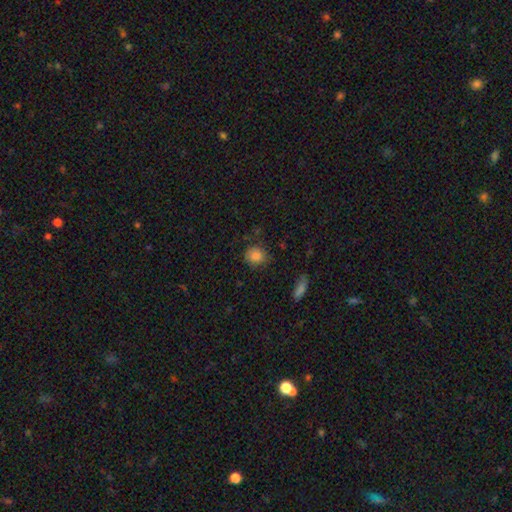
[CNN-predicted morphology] smooth_or_featured: smooth (p=0.83) [alt: star or artifact p=0.10]
how_rounded: round (p=0.80) [alt: in between p=0.19]
merging: none (p=0.76) [alt: minor disturbance p=0.17]